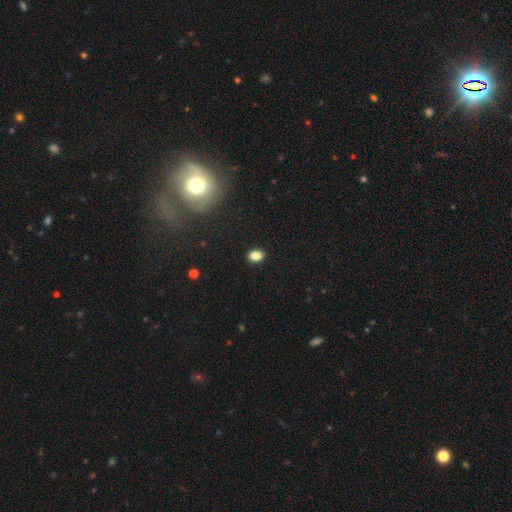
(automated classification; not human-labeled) A smooth galaxy with no disk features (84%) that is in between round and cigar-shaped (71%).

Vote fractions:
- Smooth or featured? smooth: 84% / star or artifact: 11% / featured or disk: 5%
- How rounded? in between: 71% / round: 28% / cigar-shaped: 1%
- Merging? none: 90% / minor disturbance: 7% / major disturbance: 2% / merger: 1%